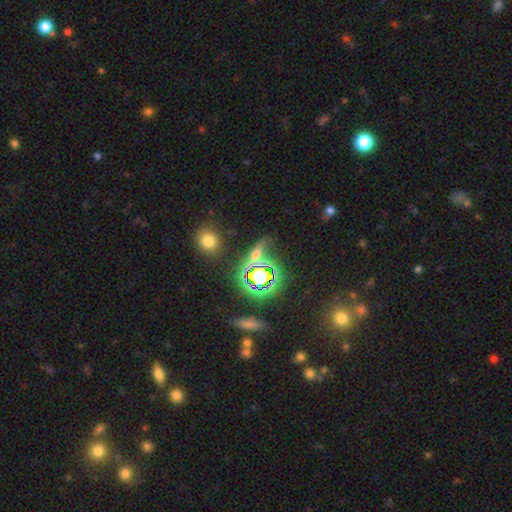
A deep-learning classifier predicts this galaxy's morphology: type=star or artifact (52%).